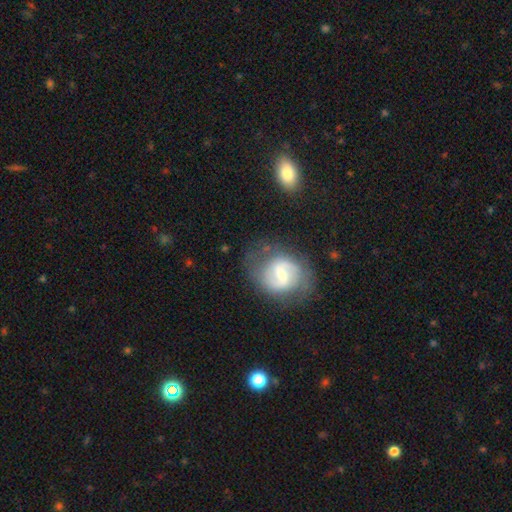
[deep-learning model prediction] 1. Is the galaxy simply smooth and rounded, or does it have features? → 58% featured or disk, 26% smooth, 15% star or artifact.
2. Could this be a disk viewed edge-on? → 96% no, 4% yes.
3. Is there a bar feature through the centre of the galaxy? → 44% no, 42% weak, 14% strong.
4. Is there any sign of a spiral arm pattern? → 80% yes, 20% no.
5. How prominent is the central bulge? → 44% moderate, 30% small, 18% large, 5% none, 3% dominant.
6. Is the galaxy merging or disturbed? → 74% none, 15% minor disturbance, 8% major disturbance, 3% merger.